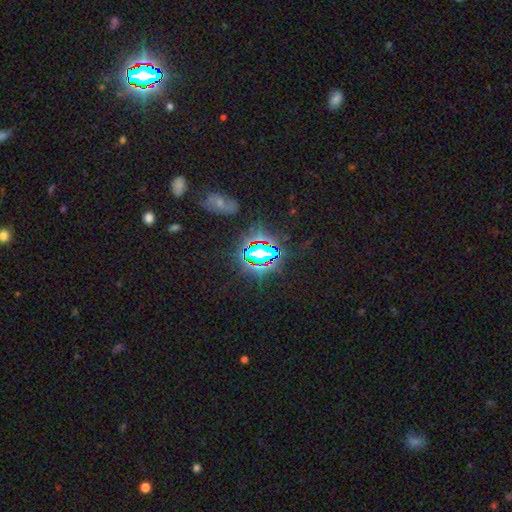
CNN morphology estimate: star or artifact 70%, smooth 17%, featured or disk 13%.